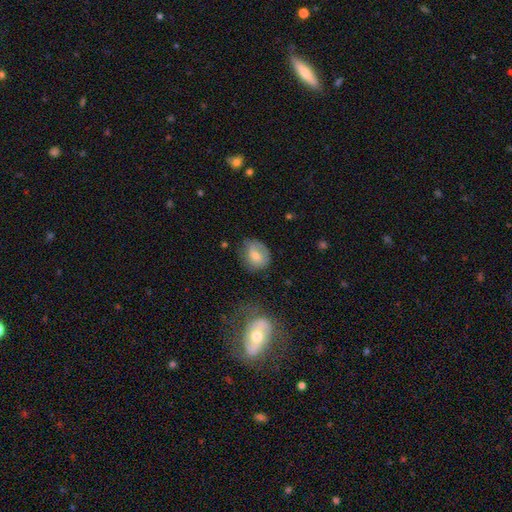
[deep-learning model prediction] Smooth or featured? Predicted: smooth (p=0.66). How rounded? Predicted: round (p=0.58). Merging? Predicted: none (p=0.58).